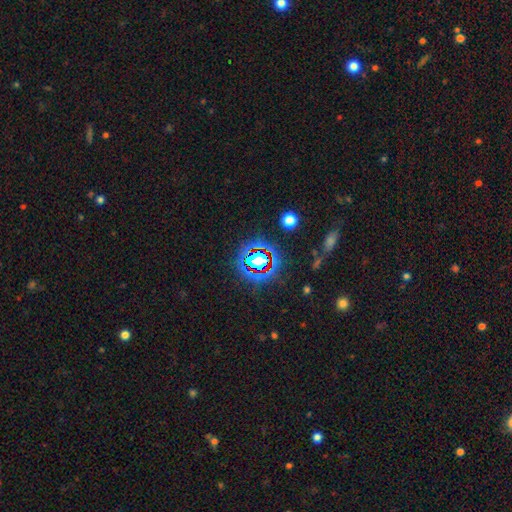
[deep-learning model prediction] smooth_or_featured: star or artifact (p=0.76) [alt: smooth p=0.15]